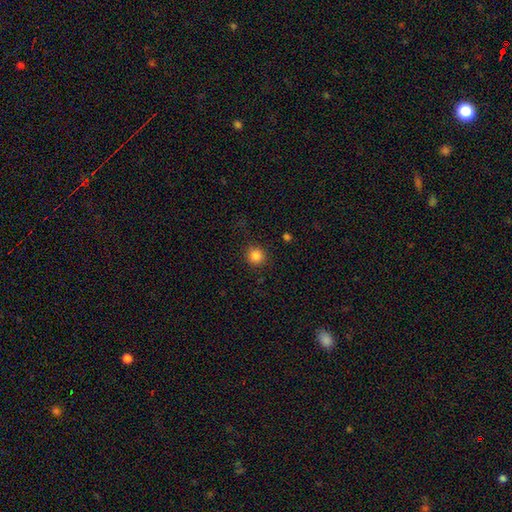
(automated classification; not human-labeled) A smooth galaxy with no disk features (84%) that is round (94%).

Vote fractions:
- Smooth or featured? smooth: 84% / star or artifact: 11% / featured or disk: 5%
- How rounded? round: 94% / in between: 5% / cigar-shaped: 1%
- Merging? none: 88% / minor disturbance: 8% / major disturbance: 3% / merger: 1%